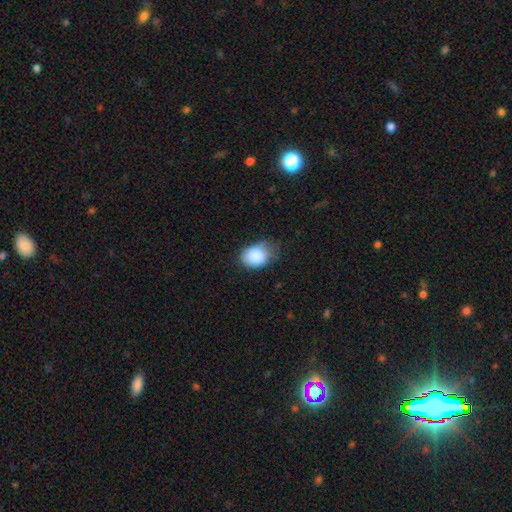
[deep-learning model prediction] Smooth or featured: smooth — 87% (star or artifact — 7%)
How rounded: in between — 64% (round — 35%)
Merging: none — 48% (minor disturbance — 40%)